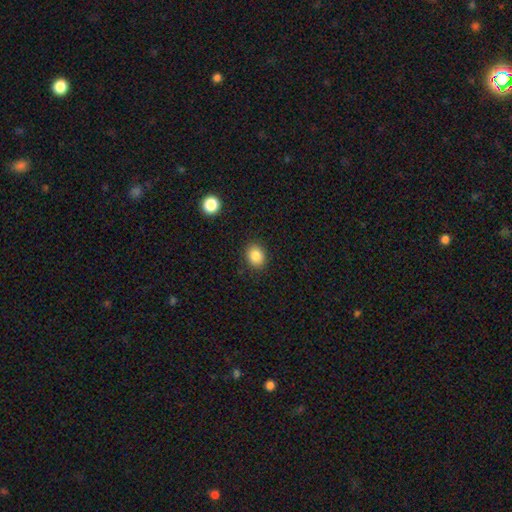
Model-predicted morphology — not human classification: This is clearly a smooth galaxy (85%). How rounded: possibly round (54%). Merging: clearly none (88%).